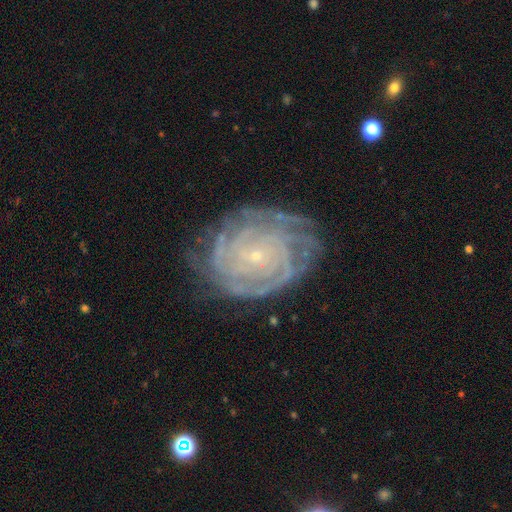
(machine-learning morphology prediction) type=featured or disk (86%); edge-on=no (97%); bar=no (79%); spiral arms=yes (96%); winding=tight (84%); arm count=can't tell (28%); bulge=small (90%); merging=none (75%).